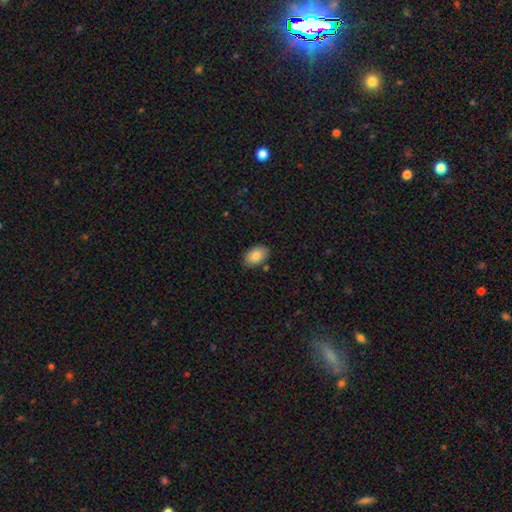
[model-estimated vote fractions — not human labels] Overall: smooth (84%). How rounded: in between (90%). Merging: none (82%).